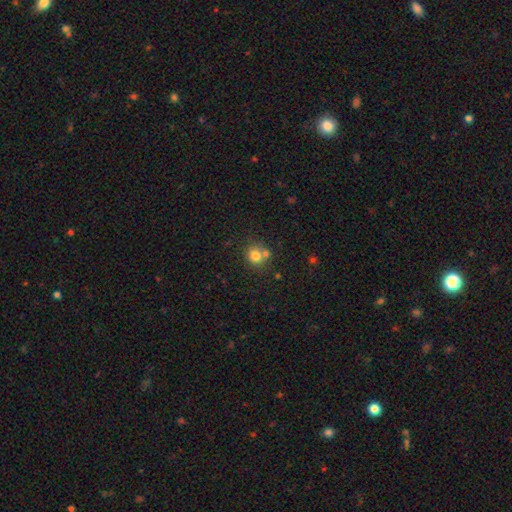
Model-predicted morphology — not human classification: Smooth or featured? Predicted: smooth (p=0.77). How rounded? Predicted: round (p=0.83). Merging? Predicted: none (p=0.56).